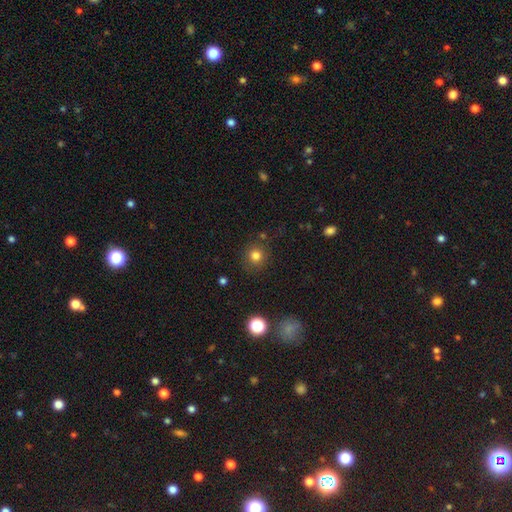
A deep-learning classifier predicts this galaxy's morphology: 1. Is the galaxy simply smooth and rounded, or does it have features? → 80% smooth, 14% star or artifact, 6% featured or disk.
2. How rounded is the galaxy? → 91% round, 8% in between, 1% cigar-shaped.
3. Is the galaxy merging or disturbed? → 84% none, 9% minor disturbance, 3% major disturbance, 3% merger.